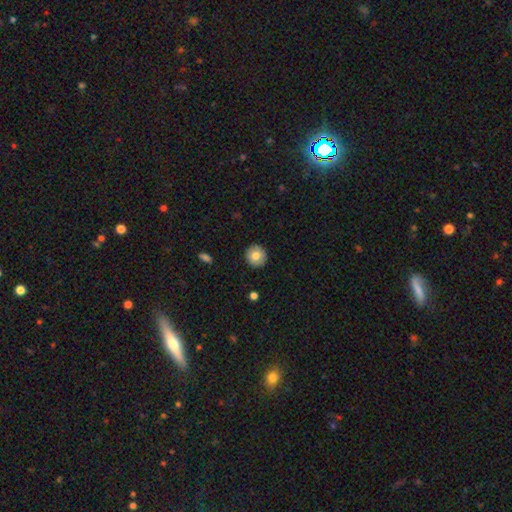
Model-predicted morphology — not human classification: This appears to be a smooth galaxy with no disk features (78%) that is round (92%). Merging: none (91%).